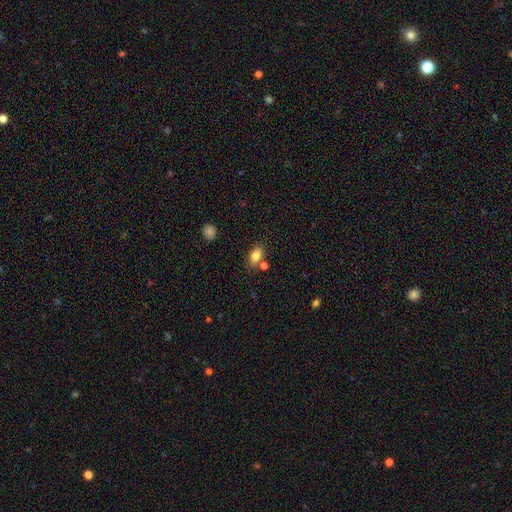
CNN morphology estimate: This is likely a smooth galaxy (80%). How rounded: clearly in between (84%). Merging: likely none (72%).